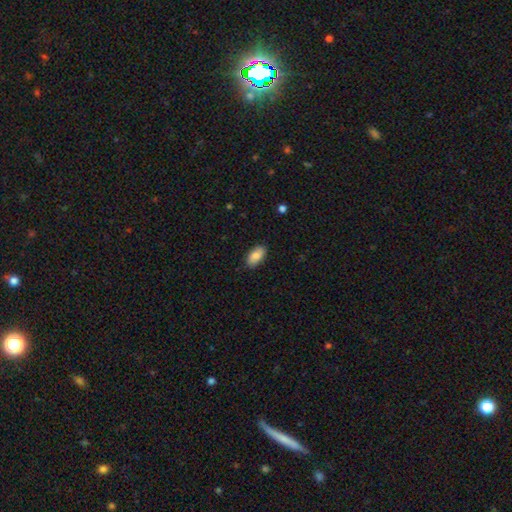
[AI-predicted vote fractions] smooth 82%, featured or disk 12%, star or artifact 6%. Down the decision tree: how rounded — in between (93%); merging — none (87%).